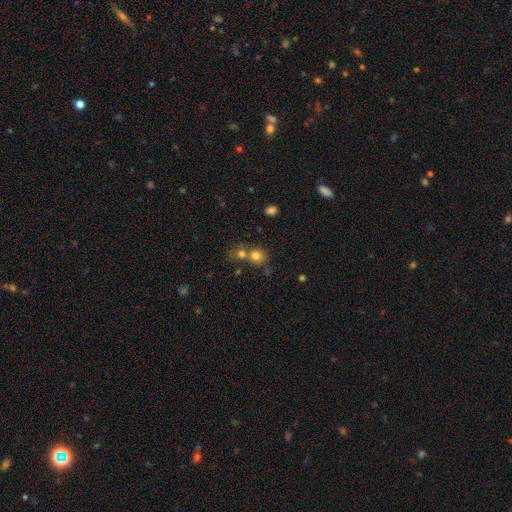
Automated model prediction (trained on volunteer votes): A smooth galaxy with no disk features (76%) that is round (83%).

Vote fractions:
- Smooth or featured? smooth: 76% / star or artifact: 14% / featured or disk: 10%
- How rounded? round: 83% / in between: 16% / cigar-shaped: 1%
- Merging? none: 46% / merger: 43% / minor disturbance: 7% / major disturbance: 3%